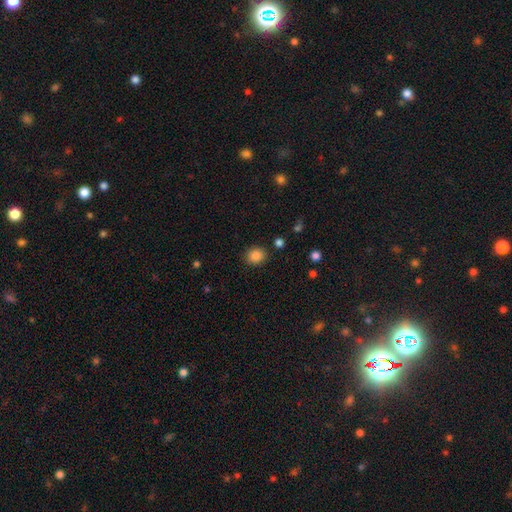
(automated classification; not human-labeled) Smooth or featured?
  - smooth: 86% *
  - star or artifact: 10%
  - featured or disk: 4%
How rounded?
  - round: 69% *
  - in between: 30%
  - cigar-shaped: 1%
Merging?
  - none: 87% *
  - minor disturbance: 9%
  - major disturbance: 3%
  - merger: 2%